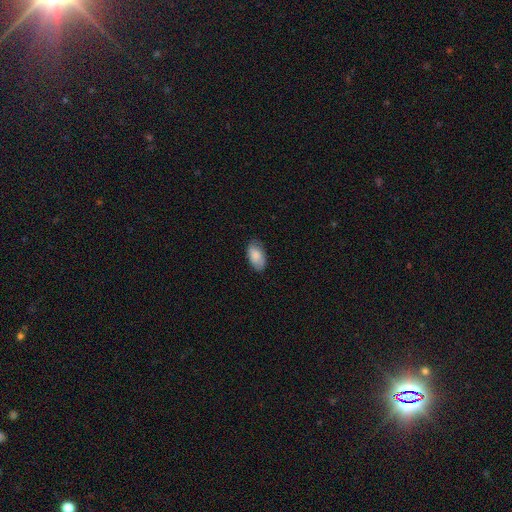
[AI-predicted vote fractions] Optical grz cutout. It shows a smooth galaxy with no disk features (83%) that is in between round and cigar-shaped (94%). Merging: none (80%).